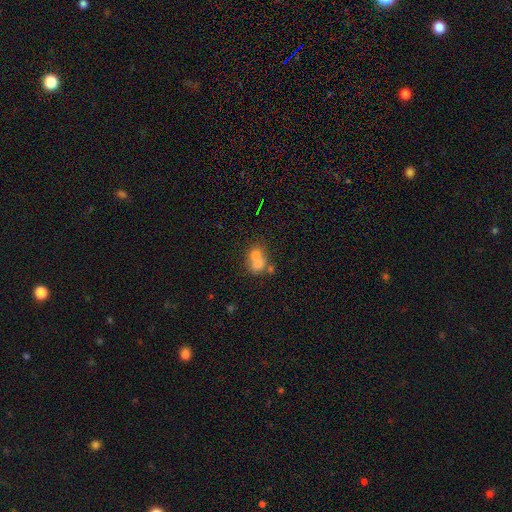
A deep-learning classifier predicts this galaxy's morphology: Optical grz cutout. It shows a smooth galaxy with no disk features (66%) that is round (62%). Merging: merger (66%).